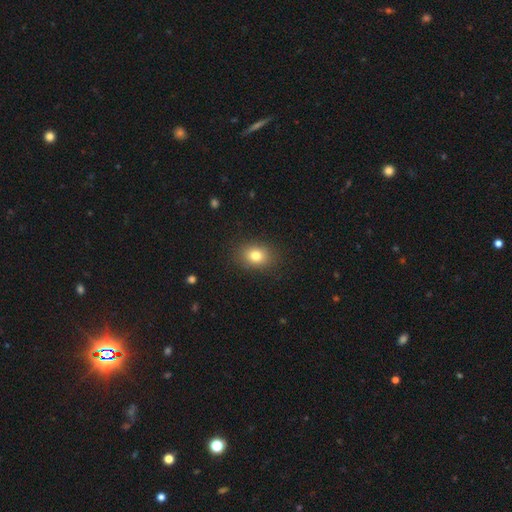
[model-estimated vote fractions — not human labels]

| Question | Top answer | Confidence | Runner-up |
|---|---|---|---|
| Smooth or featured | smooth | 79% | star or artifact (11%) |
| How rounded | in between | 57% | round (42%) |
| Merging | none | 87% | minor disturbance (9%) |